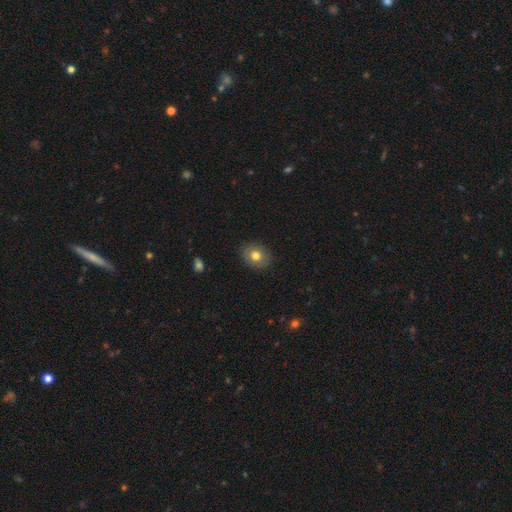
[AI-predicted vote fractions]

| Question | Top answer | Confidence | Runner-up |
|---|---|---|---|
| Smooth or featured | smooth | 76% | featured or disk (15%) |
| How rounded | round | 50% | in between (49%) |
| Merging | none | 88% | minor disturbance (9%) |